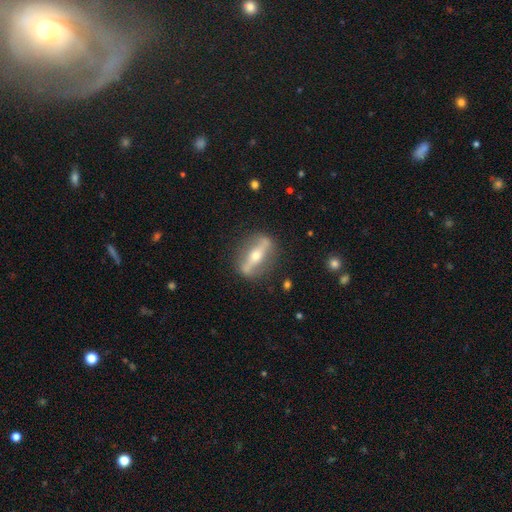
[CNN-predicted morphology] Smooth or featured?
  - featured or disk: 78% *
  - smooth: 16%
  - star or artifact: 6%
Edge-on disk?
  - yes: 59% *
  - no: 41%
Merging?
  - none: 83% *
  - minor disturbance: 11%
  - major disturbance: 5%
  - merger: 2%